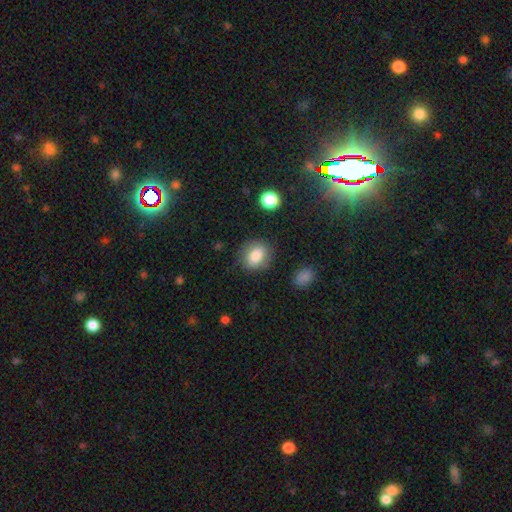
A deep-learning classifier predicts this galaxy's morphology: smooth 79%, featured or disk 13%, star or artifact 8%. Down the decision tree: how rounded — round (51%); merging — none (75%).